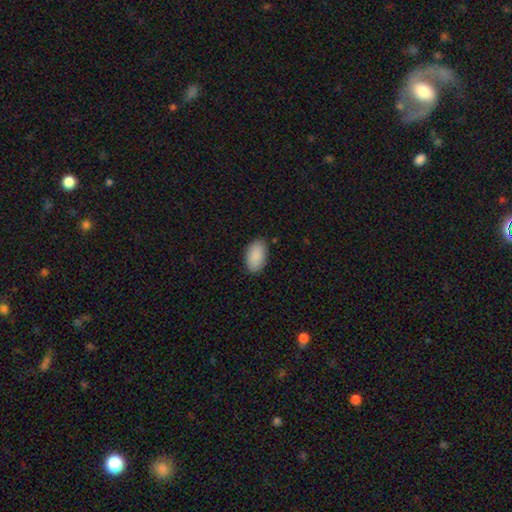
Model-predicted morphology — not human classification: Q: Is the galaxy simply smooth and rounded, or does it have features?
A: smooth — 90%.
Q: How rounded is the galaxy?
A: in between — 95%.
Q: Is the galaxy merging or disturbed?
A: none — 86%.